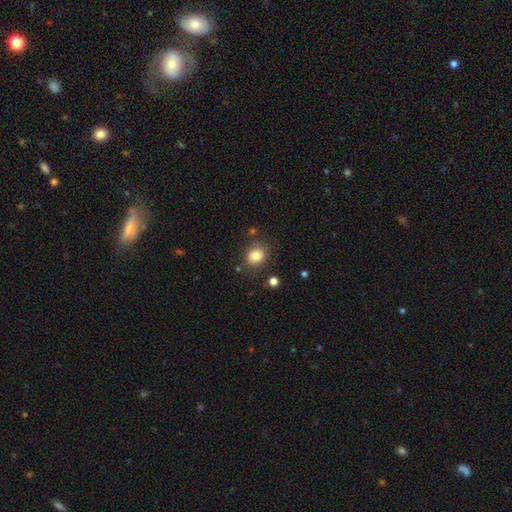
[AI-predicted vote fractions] This appears to be a smooth galaxy with no disk features (83%) that is round (68%). Merging: none (79%).